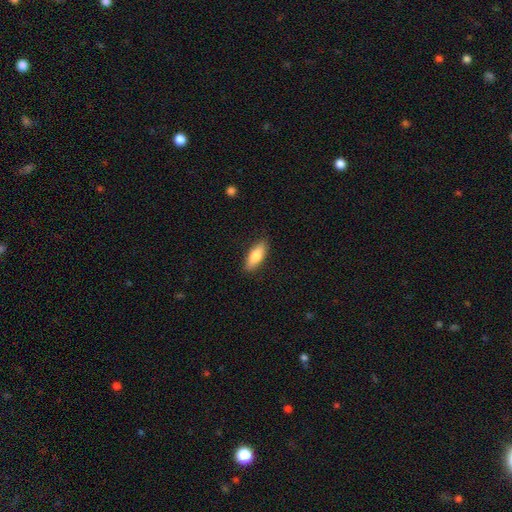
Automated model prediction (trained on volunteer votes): smooth 79%, featured or disk 15%, star or artifact 6%. Down the decision tree: how rounded — in between (68%); merging — none (88%).